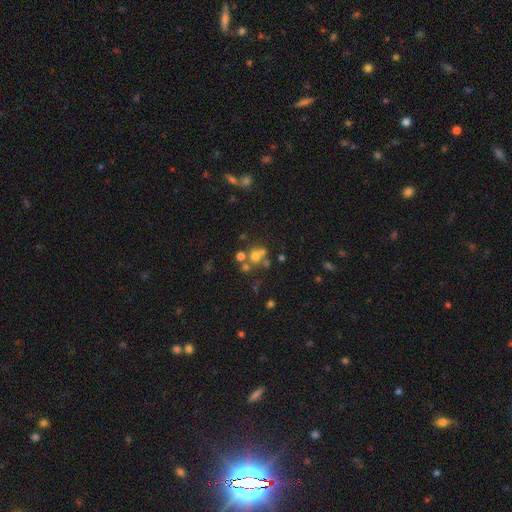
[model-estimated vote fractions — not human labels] A smooth galaxy with no disk features (54%) that is round (81%). Merging: none (46%).